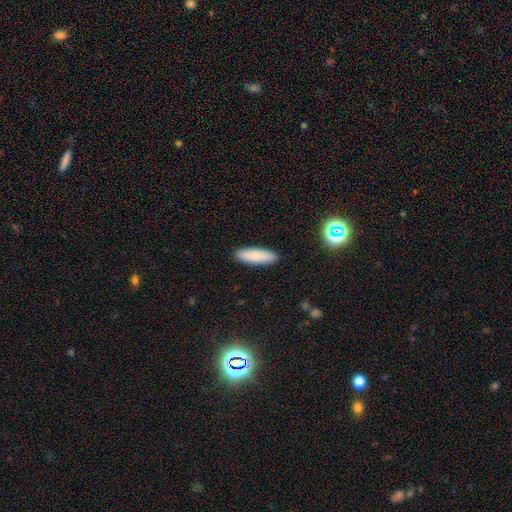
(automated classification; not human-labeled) A smooth galaxy with no disk features (85%) that is cigar-shaped (58%).

Vote fractions:
- Smooth or featured? smooth: 85% / featured or disk: 9% / star or artifact: 7%
- How rounded? cigar-shaped: 58% / in between: 40% / round: 2%
- Merging? none: 91% / minor disturbance: 6% / major disturbance: 2% / merger: 1%